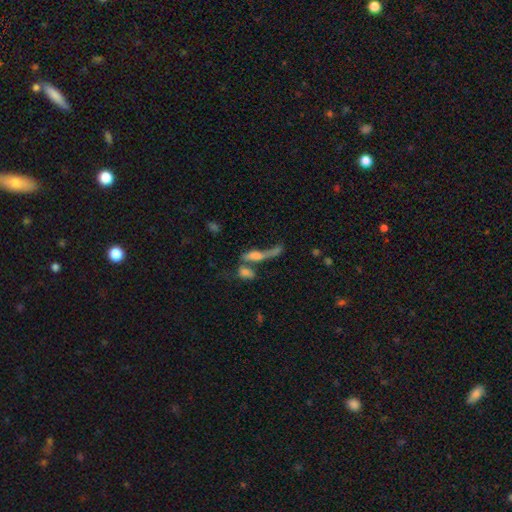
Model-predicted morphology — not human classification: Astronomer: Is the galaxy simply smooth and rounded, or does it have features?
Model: smooth — 44% (runner-up: featured or disk, 40%).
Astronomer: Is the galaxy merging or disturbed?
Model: merger — 48% (runner-up: none, 25%).